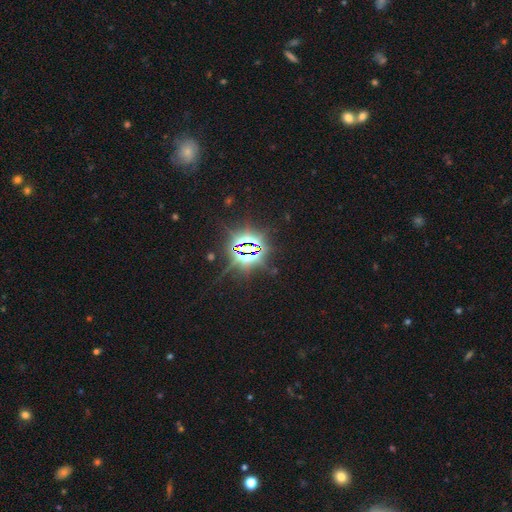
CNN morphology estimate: A star or artifact, not a galaxy (85%).

Vote fractions:
- Smooth or featured? star or artifact: 85% / featured or disk: 8% / smooth: 7%